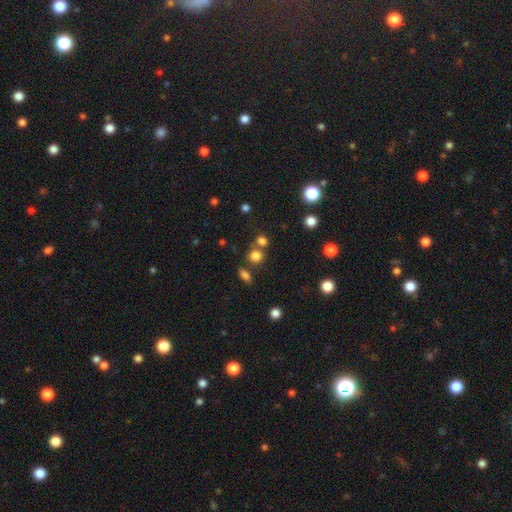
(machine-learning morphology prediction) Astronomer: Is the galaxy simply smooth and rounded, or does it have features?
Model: smooth — 78%.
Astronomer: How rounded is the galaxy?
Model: round — 77%.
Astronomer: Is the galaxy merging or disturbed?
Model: none — 62%.